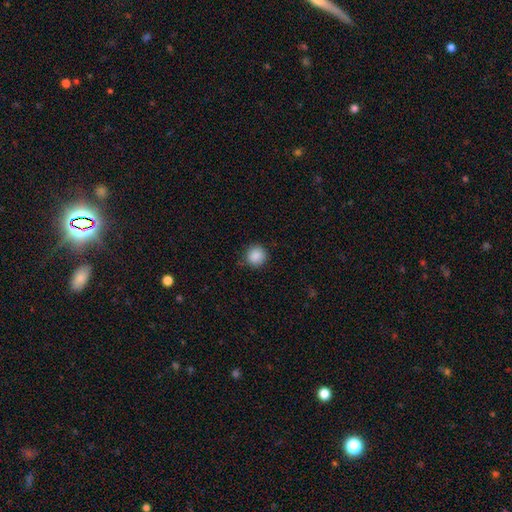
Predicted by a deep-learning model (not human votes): Smooth or featured?
  - smooth: 88% *
  - star or artifact: 9%
  - featured or disk: 3%
How rounded?
  - round: 92% *
  - in between: 7%
  - cigar-shaped: 1%
Merging?
  - none: 86% *
  - minor disturbance: 10%
  - major disturbance: 3%
  - merger: 1%